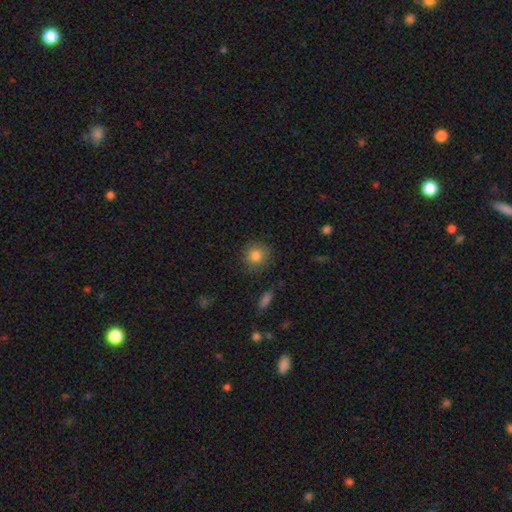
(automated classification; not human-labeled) smooth_or_featured: smooth (p=0.83) [alt: star or artifact p=0.10]
how_rounded: round (p=0.91) [alt: in between p=0.08]
merging: none (p=0.87) [alt: minor disturbance p=0.09]